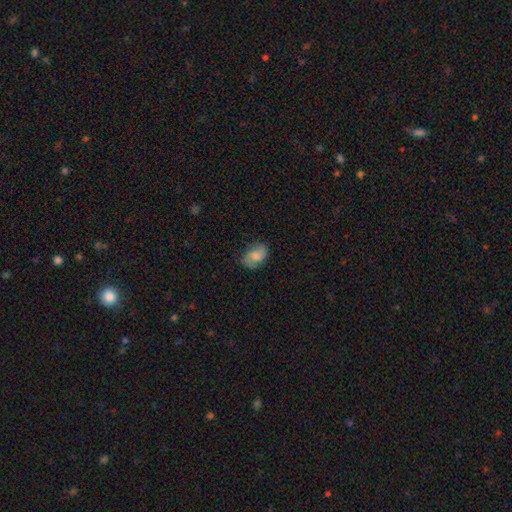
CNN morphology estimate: smooth_or_featured: smooth (p=0.66) [alt: featured or disk p=0.26]
how_rounded: in between (p=0.85) [alt: round p=0.14]
merging: none (p=0.74) [alt: minor disturbance p=0.20]